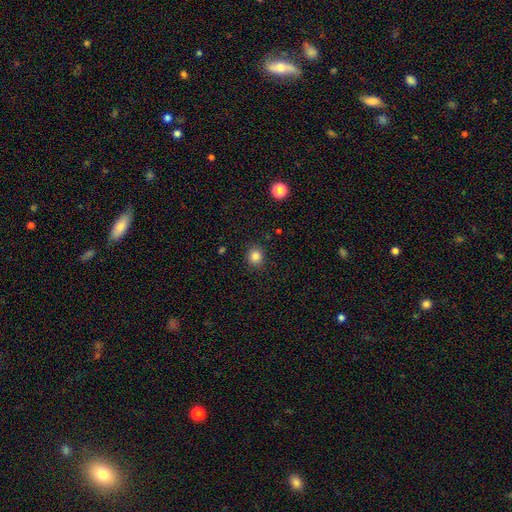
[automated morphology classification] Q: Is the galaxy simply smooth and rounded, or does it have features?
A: smooth — 84%.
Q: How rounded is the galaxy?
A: round — 87%.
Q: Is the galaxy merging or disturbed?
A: none — 90%.